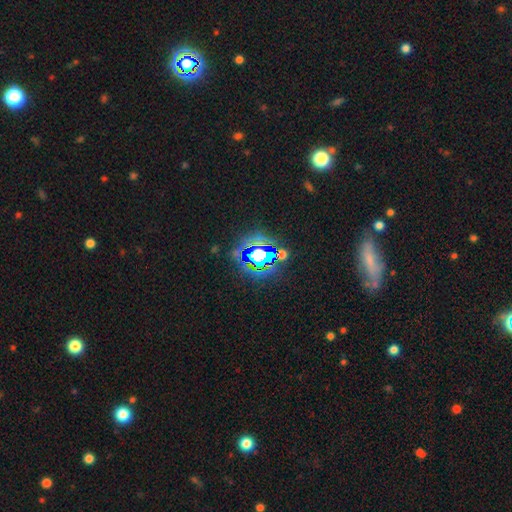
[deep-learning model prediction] Smooth or featured?
  - star or artifact: 70% *
  - smooth: 17%
  - featured or disk: 12%